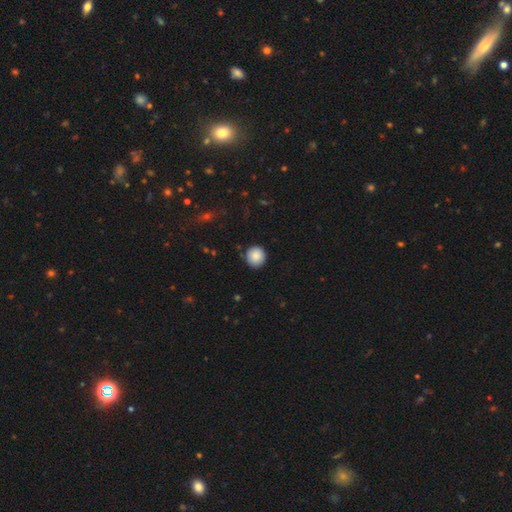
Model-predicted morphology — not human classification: Q: Smooth or featured?
A: smooth (87%); runner-up: star or artifact (8%)
Q: How rounded?
A: round (92%); runner-up: in between (7%)
Q: Merging?
A: none (86%); runner-up: minor disturbance (10%)